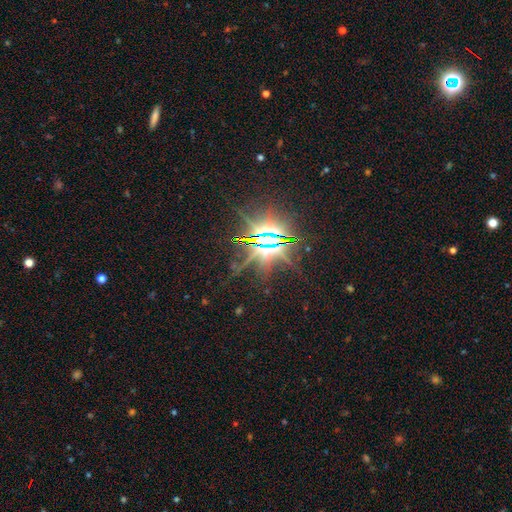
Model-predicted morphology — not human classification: This appears to be a star or artifact, not a galaxy (82%).